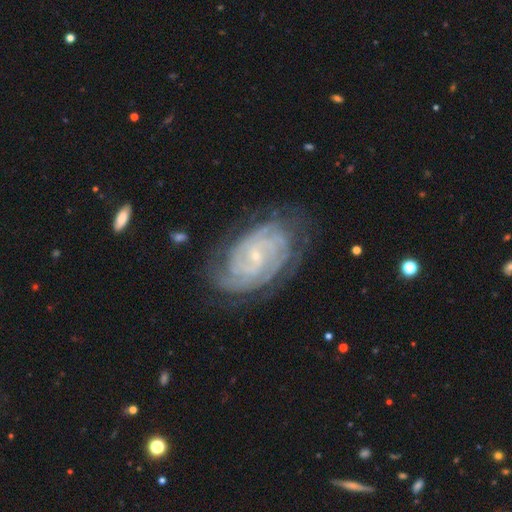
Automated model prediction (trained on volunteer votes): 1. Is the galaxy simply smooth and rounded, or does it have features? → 88% featured or disk, 6% smooth, 6% star or artifact.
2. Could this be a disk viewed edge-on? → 97% no, 3% yes.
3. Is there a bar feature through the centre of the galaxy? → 55% no, 35% weak, 10% strong.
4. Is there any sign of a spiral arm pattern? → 98% yes, 2% no.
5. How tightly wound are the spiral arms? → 78% tight, 19% medium, 3% loose.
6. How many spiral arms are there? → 27% can't tell, 22% 2, 19% 3, 18% 4, 8% more than 4, 6% 1.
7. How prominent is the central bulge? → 82% small, 13% moderate, 3% none, 1% large, 1% dominant.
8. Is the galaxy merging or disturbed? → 73% none, 19% minor disturbance, 7% major disturbance, 1% merger.